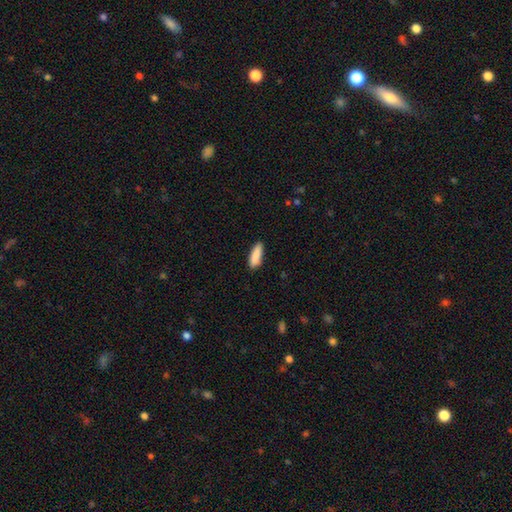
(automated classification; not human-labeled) Smooth or featured: smooth — 88% (star or artifact — 6%)
How rounded: cigar-shaped — 50% (in between — 49%)
Merging: none — 84% (minor disturbance — 12%)